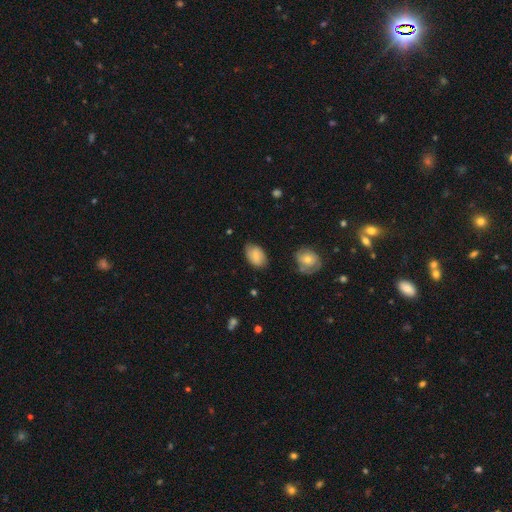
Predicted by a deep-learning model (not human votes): This is likely a smooth galaxy (74%). How rounded: clearly in between (89%). Merging: likely none (75%).